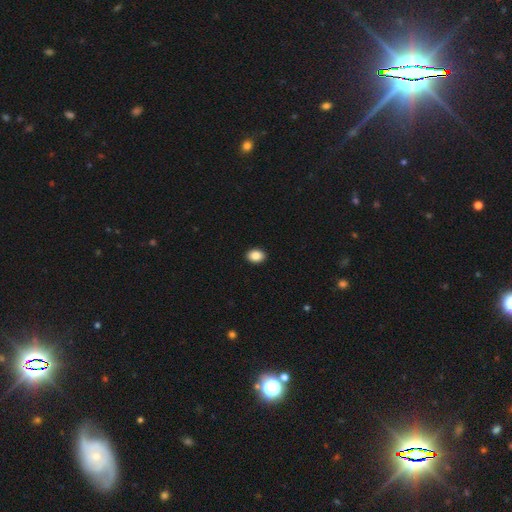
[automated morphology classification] Smooth or featured? smooth (89%)
How rounded? in between (72%)
Merging? none (92%)